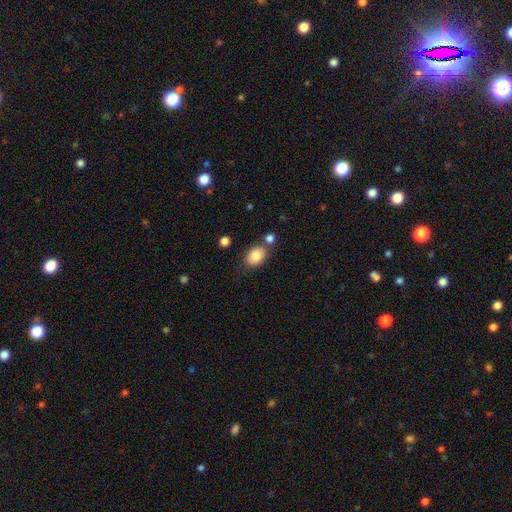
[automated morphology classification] A smooth galaxy with no disk features (85%) that is in between round and cigar-shaped (77%). Merging: none (68%).